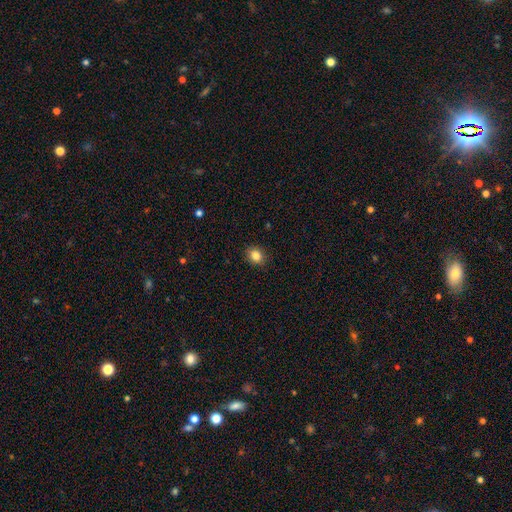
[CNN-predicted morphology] A smooth galaxy with no disk features (85%) that is round (60%). Merging: none (90%).